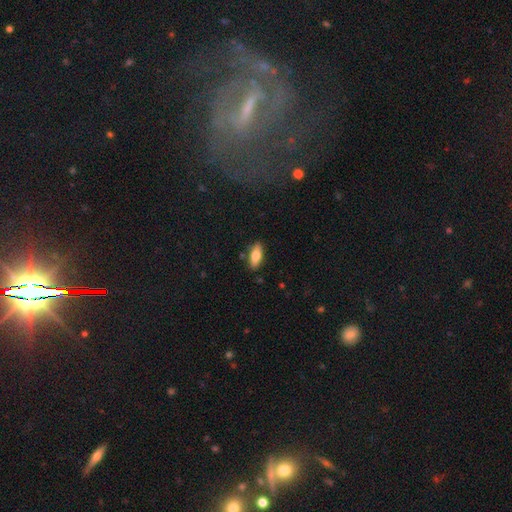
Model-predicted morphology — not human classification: Smooth or featured? Predicted: smooth (p=0.74). How rounded? Predicted: in between (p=0.74). Merging? Predicted: none (p=0.84).